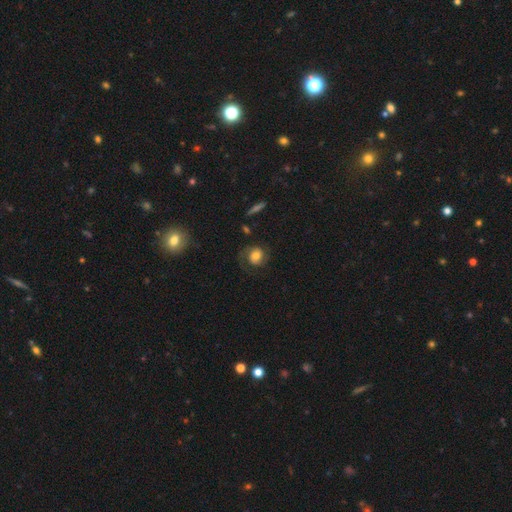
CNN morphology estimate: featured or disk 54%, smooth 37%, star or artifact 8%. Down the decision tree: edge-on disk — no (97%); bar — no (63%); spiral arms — yes (88%); bulge size — moderate (58%); merging — none (65%).